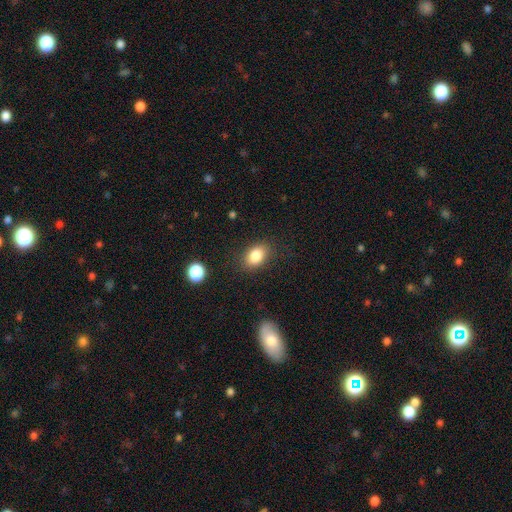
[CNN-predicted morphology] Overall: smooth (84%). How rounded: in between (81%). Merging: none (84%).